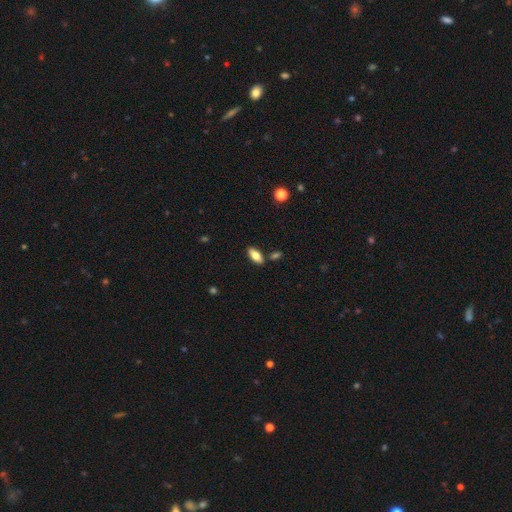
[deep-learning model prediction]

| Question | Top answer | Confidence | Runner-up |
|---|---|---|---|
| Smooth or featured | smooth | 76% | featured or disk (17%) |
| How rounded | in between | 85% | cigar-shaped (13%) |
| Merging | none | 81% | minor disturbance (10%) |